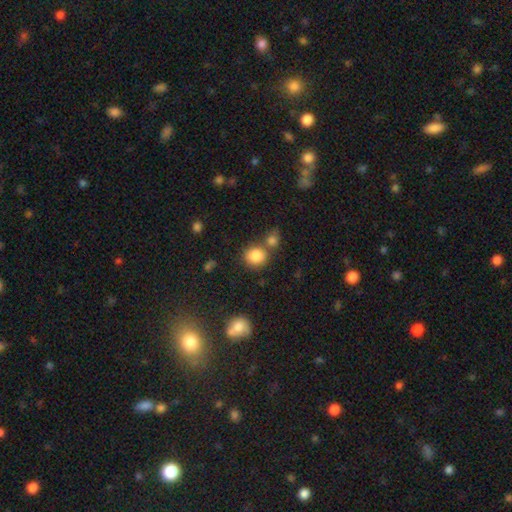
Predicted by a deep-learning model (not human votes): A smooth galaxy with no disk features (85%) that is round (78%).

Vote fractions:
- Smooth or featured? smooth: 85% / star or artifact: 10% / featured or disk: 6%
- How rounded? round: 78% / in between: 21% / cigar-shaped: 1%
- Merging? none: 61% / merger: 25% / minor disturbance: 11% / major disturbance: 4%